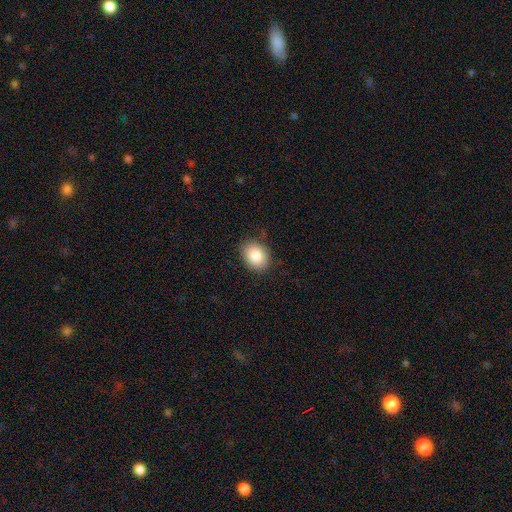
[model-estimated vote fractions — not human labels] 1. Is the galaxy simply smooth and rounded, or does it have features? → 86% smooth, 7% star or artifact, 6% featured or disk.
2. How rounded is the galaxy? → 63% in between, 36% round, 1% cigar-shaped.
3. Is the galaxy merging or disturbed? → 84% none, 12% minor disturbance, 3% major disturbance, 1% merger.